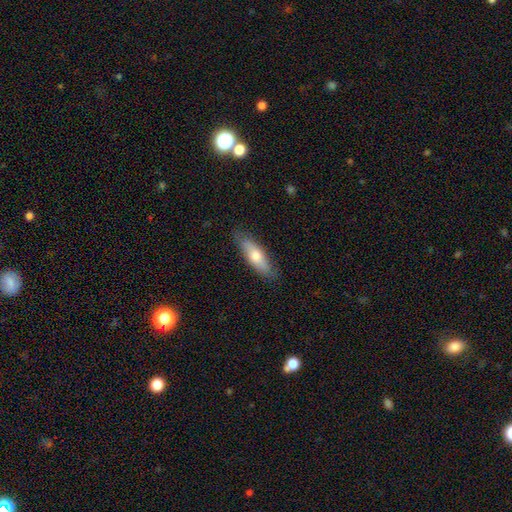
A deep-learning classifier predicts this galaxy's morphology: smooth_or_featured: smooth (p=0.63) [alt: featured or disk p=0.31]
how_rounded: cigar-shaped (p=0.52) [alt: in between p=0.46]
merging: none (p=0.82) [alt: minor disturbance p=0.14]